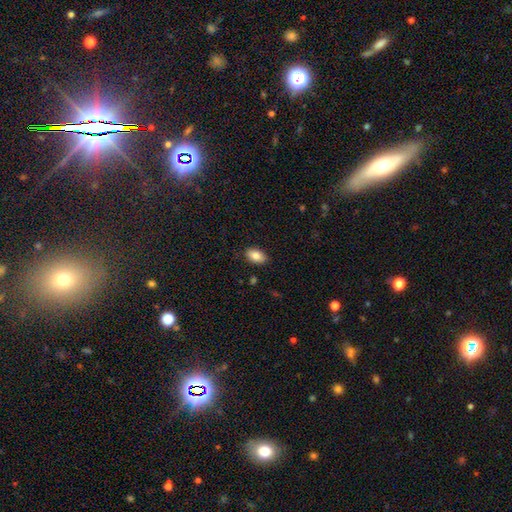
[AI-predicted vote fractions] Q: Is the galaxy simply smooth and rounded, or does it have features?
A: smooth — 84%.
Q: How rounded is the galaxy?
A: in between — 93%.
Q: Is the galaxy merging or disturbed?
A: none — 88%.